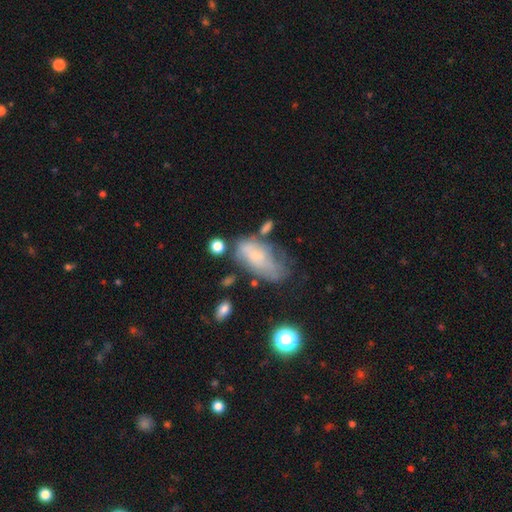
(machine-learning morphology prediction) Smooth or featured: smooth — 52% (featured or disk — 38%)
How rounded: in between — 89% (cigar-shaped — 7%)
Merging: none — 34% (minor disturbance — 31%)